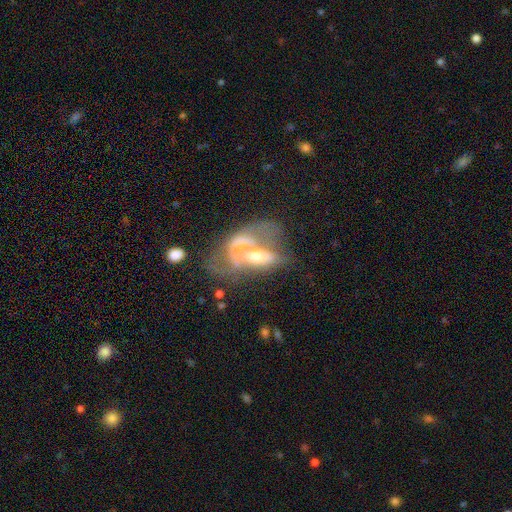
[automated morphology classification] Smooth or featured?
  - featured or disk: 61% *
  - smooth: 30%
  - star or artifact: 10%
Edge-on disk?
  - no: 93% *
  - yes: 7%
Bar?
  - no: 73% *
  - weak: 20%
  - strong: 7%
Spiral arms?
  - no: 64% *
  - yes: 36%
Bulge size?
  - moderate: 49% *
  - small: 33%
  - none: 9%
  - large: 8%
  - dominant: 2%
Merging?
  - merger: 47% *
  - major disturbance: 30%
  - none: 13%
  - minor disturbance: 10%